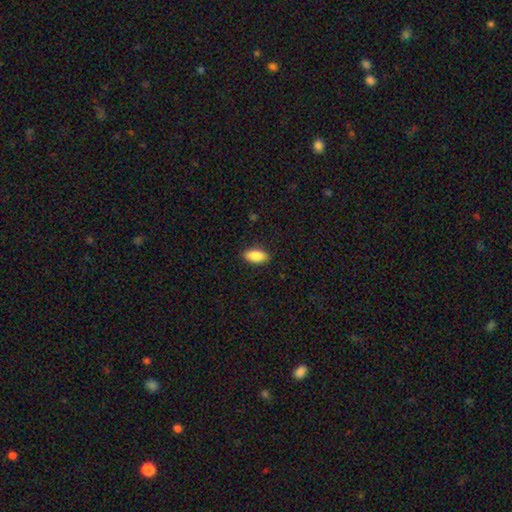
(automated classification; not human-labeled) A smooth galaxy with no disk features (88%) that is in between round and cigar-shaped (88%). Merging: none (89%).